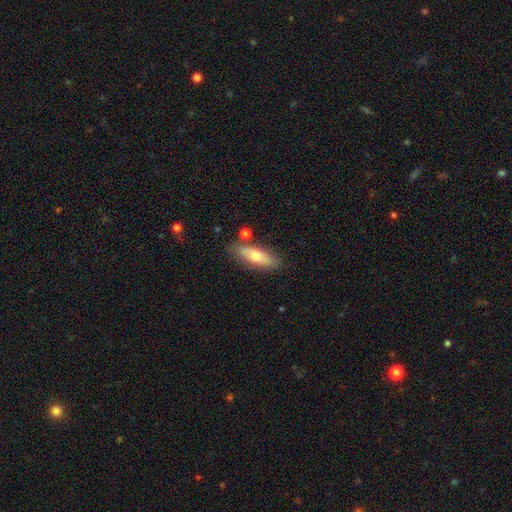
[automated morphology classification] This appears to be a smooth galaxy with no disk features (60%) that is in between round and cigar-shaped (62%). Merging: none (76%).